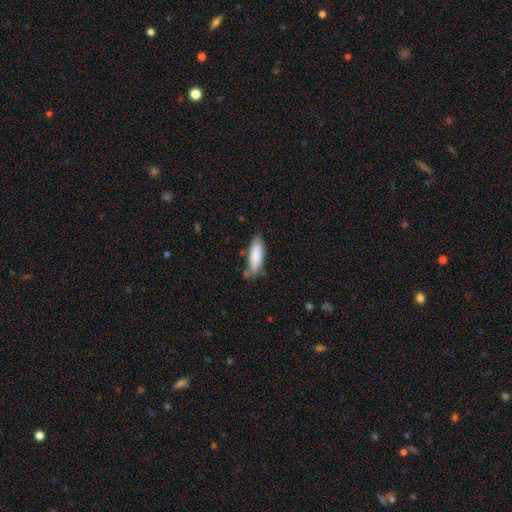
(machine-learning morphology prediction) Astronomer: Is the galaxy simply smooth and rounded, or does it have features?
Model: smooth — 86%.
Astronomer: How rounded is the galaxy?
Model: in between — 58% (runner-up: cigar-shaped, 40%).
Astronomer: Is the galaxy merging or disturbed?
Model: none — 72%.